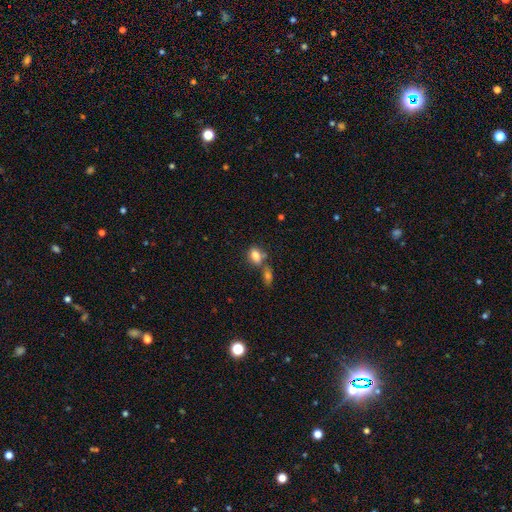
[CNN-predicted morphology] A smooth galaxy with no disk features (80%) that is in between round and cigar-shaped (80%). Merging: none (46%).